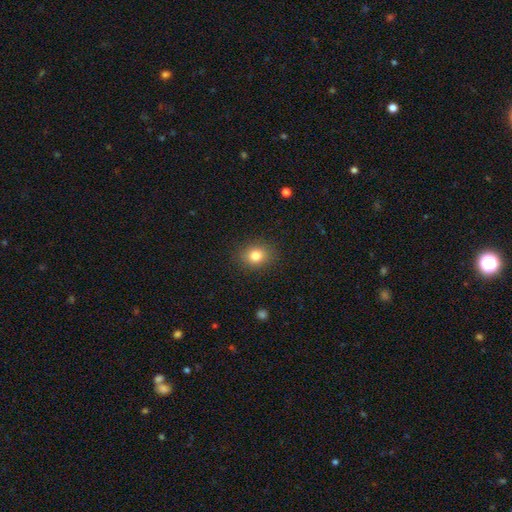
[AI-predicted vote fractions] A smooth galaxy with no disk features (82%) that is round (56%). Merging: none (88%).